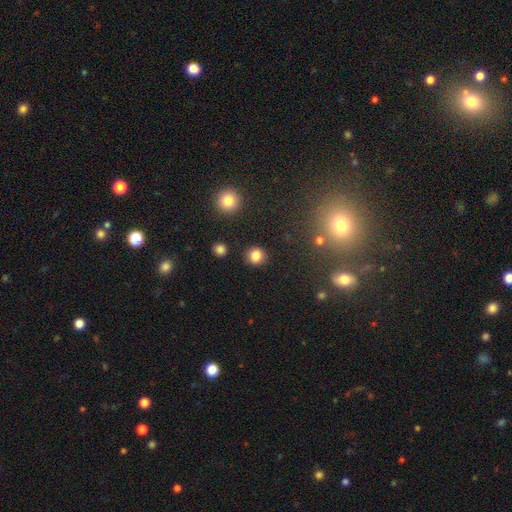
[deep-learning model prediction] Q: Smooth or featured?
A: smooth (83%); runner-up: star or artifact (12%)
Q: How rounded?
A: round (89%); runner-up: in between (10%)
Q: Merging?
A: none (89%); runner-up: minor disturbance (6%)